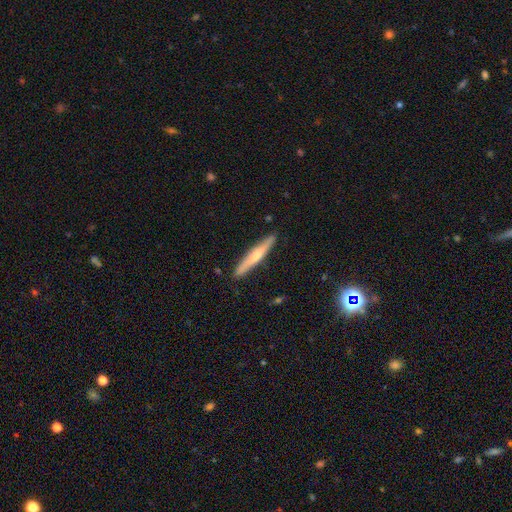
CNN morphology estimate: smooth_or_featured: smooth (p=0.48) [alt: featured or disk p=0.47]
merging: none (p=0.90) [alt: minor disturbance p=0.08]